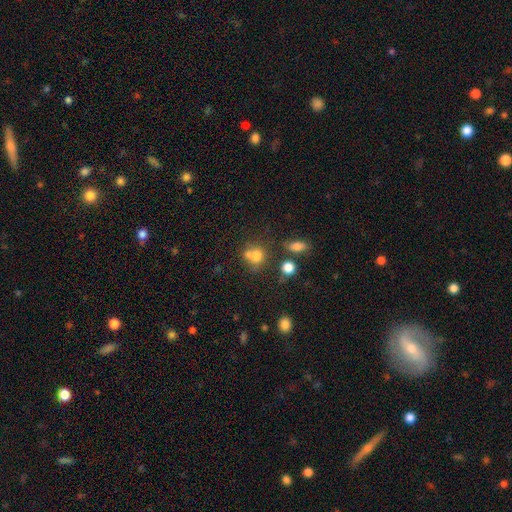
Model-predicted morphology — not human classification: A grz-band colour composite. It shows a smooth galaxy with no disk features (73%) that is round (71%). Merging: merger (42%).